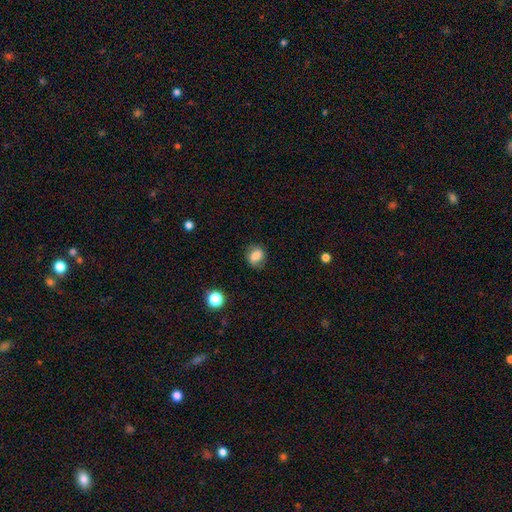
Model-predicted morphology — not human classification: Smooth or featured? Predicted: smooth (p=0.77). How rounded? Predicted: round (p=0.56). Merging? Predicted: none (p=0.78).